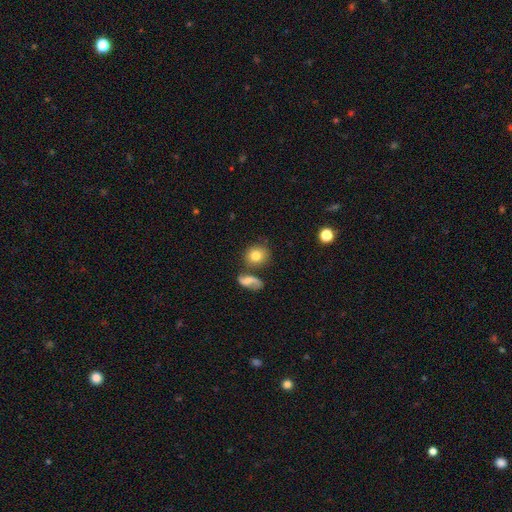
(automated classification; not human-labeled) The model was most divided on "merging": none: 65%, merger: 17%, minor disturbance: 13%, major disturbance: 5%. More confident: smooth or featured — smooth (77%); how rounded — round (73%).